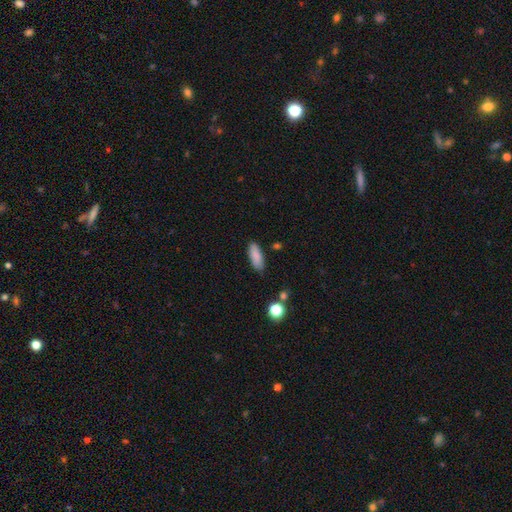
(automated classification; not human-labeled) Smooth or featured? Predicted: smooth (p=0.86). How rounded? Predicted: in between (p=0.68). Merging? Predicted: none (p=0.85).